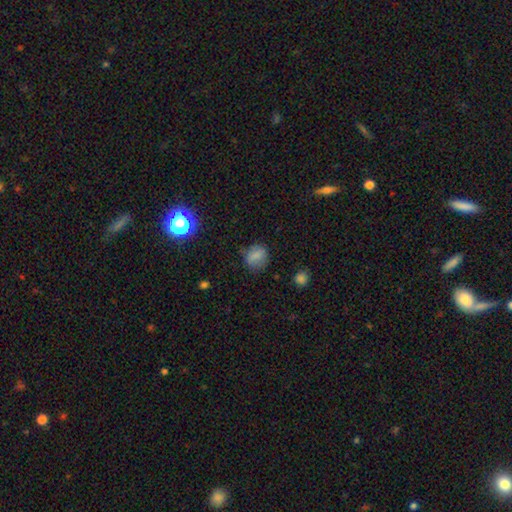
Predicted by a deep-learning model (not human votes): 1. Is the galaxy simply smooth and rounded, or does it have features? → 78% smooth, 14% star or artifact, 8% featured or disk.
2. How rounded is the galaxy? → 73% round, 26% in between, 1% cigar-shaped.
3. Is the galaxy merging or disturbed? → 73% none, 19% minor disturbance, 6% major disturbance, 2% merger.